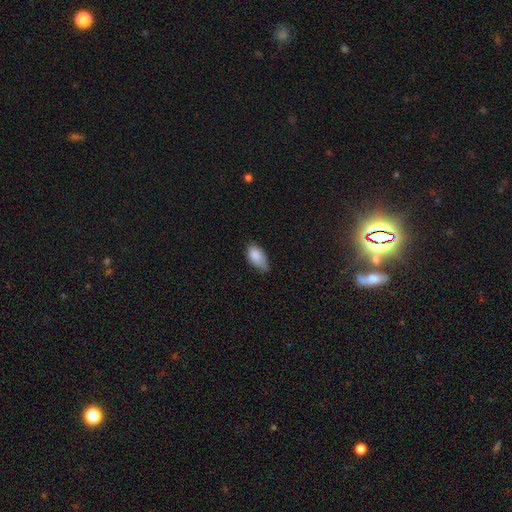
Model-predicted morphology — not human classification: smooth_or_featured: smooth (p=0.85) [alt: star or artifact p=0.08]
how_rounded: in between (p=0.92) [alt: round p=0.04]
merging: none (p=0.46) [alt: minor disturbance p=0.44]